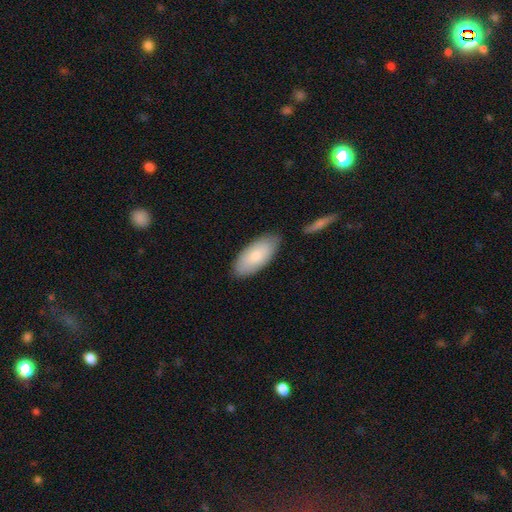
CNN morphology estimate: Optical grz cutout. It shows a smooth galaxy with no disk features (80%) that is in between round and cigar-shaped (91%). Merging: none (82%).